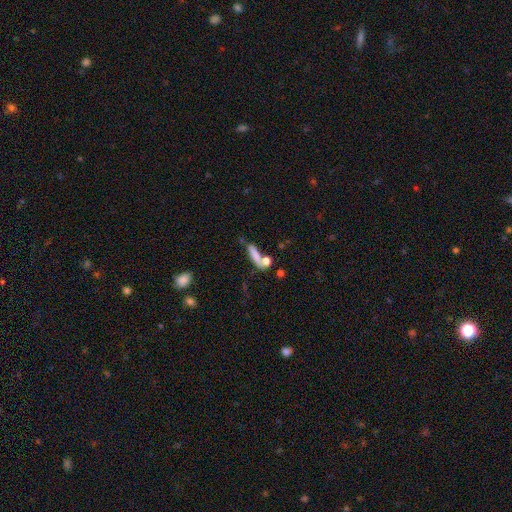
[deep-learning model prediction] smooth 71%, featured or disk 18%, star or artifact 11%. Down the decision tree: how rounded — cigar-shaped (69%); merging — none (50%).